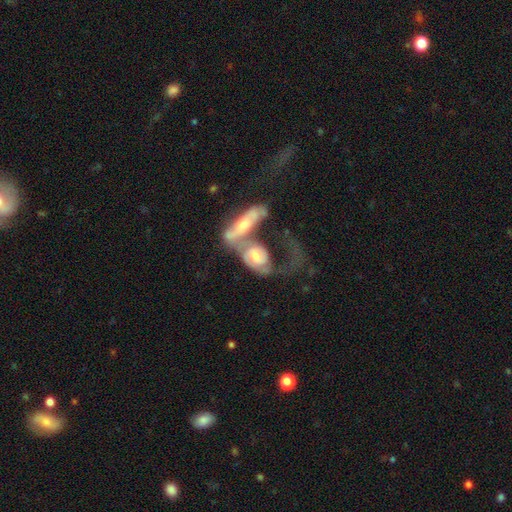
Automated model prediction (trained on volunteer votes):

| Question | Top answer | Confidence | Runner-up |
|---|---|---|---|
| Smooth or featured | featured or disk | 68% | smooth (26%) |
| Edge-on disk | no | 88% | yes (12%) |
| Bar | no | 60% | weak (30%) |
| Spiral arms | yes | 76% | no (24%) |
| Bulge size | moderate | 60% | small (25%) |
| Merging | merger | 70% | major disturbance (14%) |